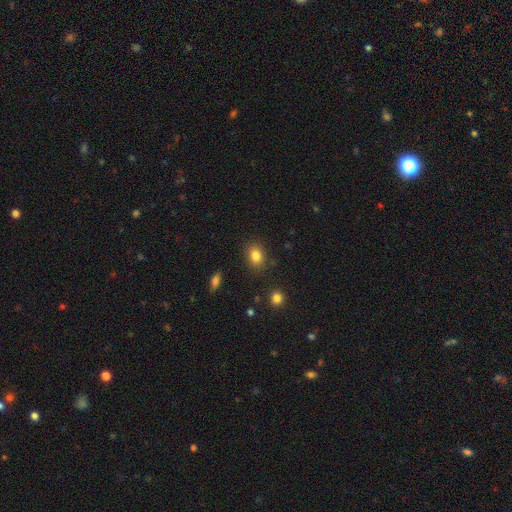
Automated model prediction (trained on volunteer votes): A smooth galaxy with no disk features (83%) that is in between round and cigar-shaped (62%). Merging: none (85%).